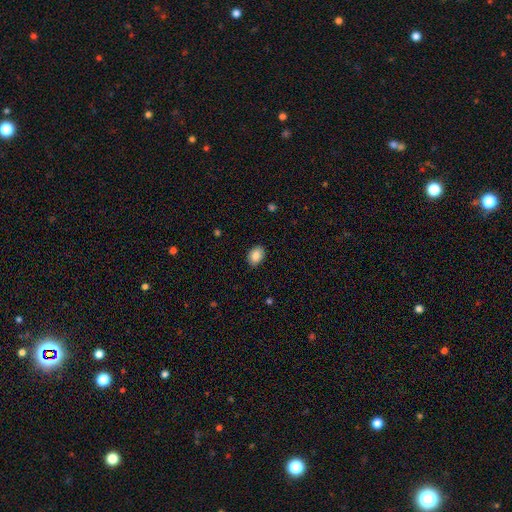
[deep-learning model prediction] Overall: smooth (87%). How rounded: in between (79%). Merging: none (87%).